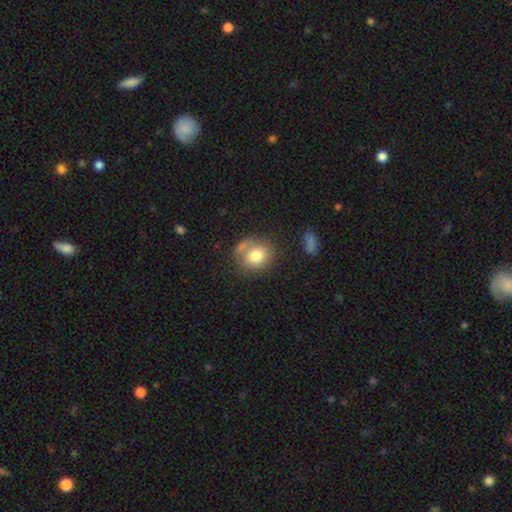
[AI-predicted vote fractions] This appears to be a smooth galaxy with no disk features (77%) that is round (74%). Merging: none (60%).